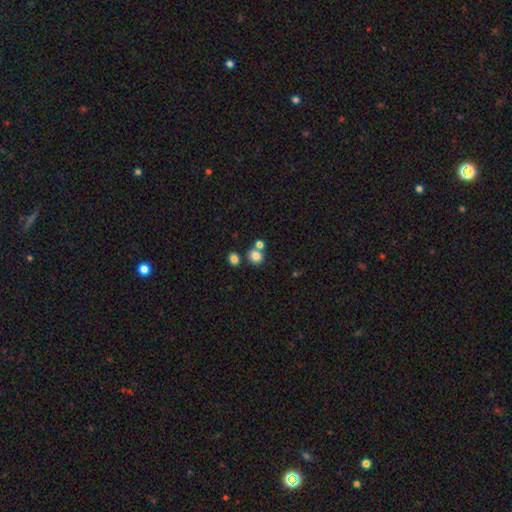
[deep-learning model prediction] Morphology: type=smooth (81%); roundness=round (86%); merging=none (62%).